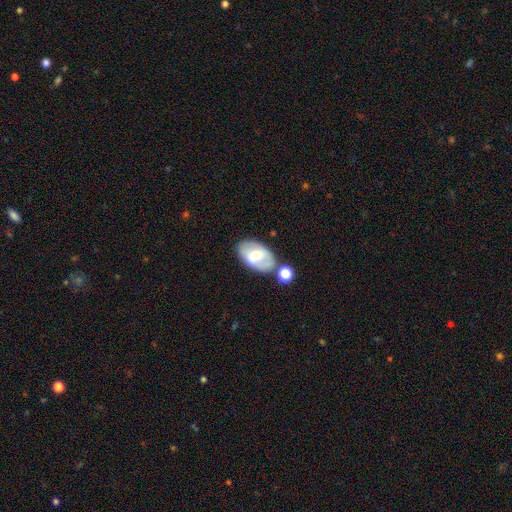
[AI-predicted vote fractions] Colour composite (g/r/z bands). It shows a smooth galaxy with no disk features (55%) that is in between round and cigar-shaped (92%). Merging: none (61%).